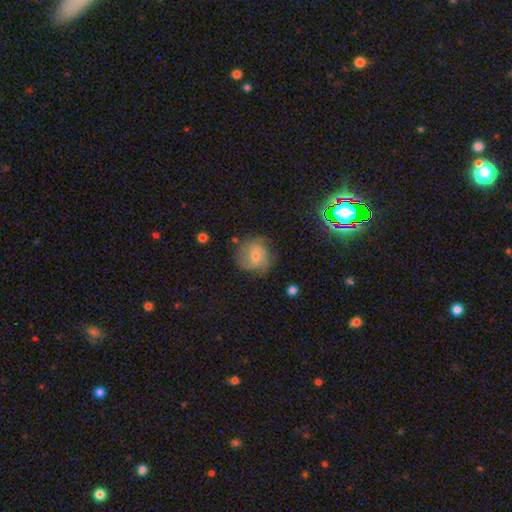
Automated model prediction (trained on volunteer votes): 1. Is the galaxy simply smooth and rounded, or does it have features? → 46% smooth, 41% featured or disk, 14% star or artifact.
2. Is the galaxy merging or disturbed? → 71% none, 20% minor disturbance, 7% major disturbance, 2% merger.